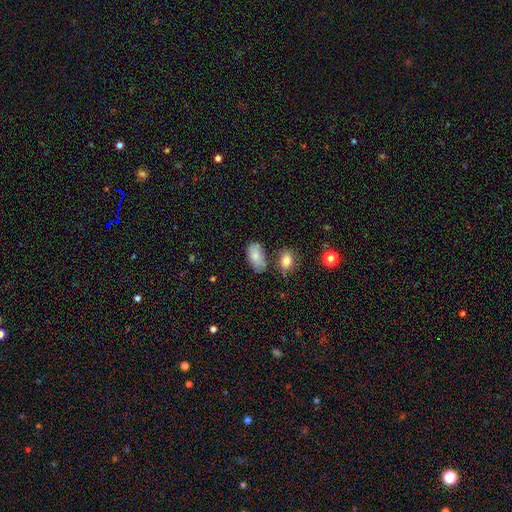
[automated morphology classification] A smooth galaxy with no disk features (83%) that is in between round and cigar-shaped (94%). Merging: none (58%).